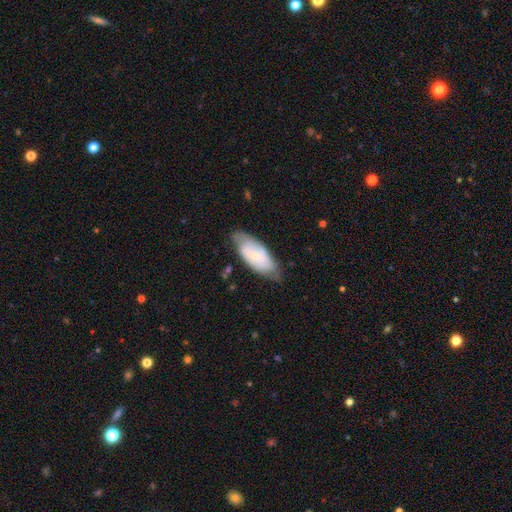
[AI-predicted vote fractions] Smooth or featured: featured or disk — 53% (smooth — 41%)
Edge-on disk: no — 89% (yes — 11%)
Merging: none — 68% (minor disturbance — 25%)